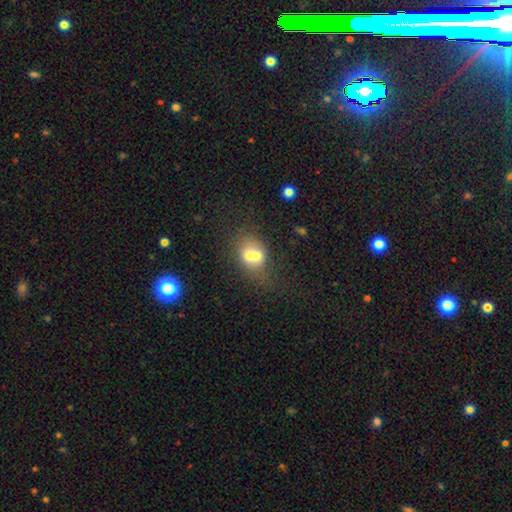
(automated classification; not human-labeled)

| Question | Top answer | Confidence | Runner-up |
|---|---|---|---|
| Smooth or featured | smooth | 60% | featured or disk (28%) |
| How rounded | round | 54% | in between (44%) |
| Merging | merger | 60% | none (27%) |